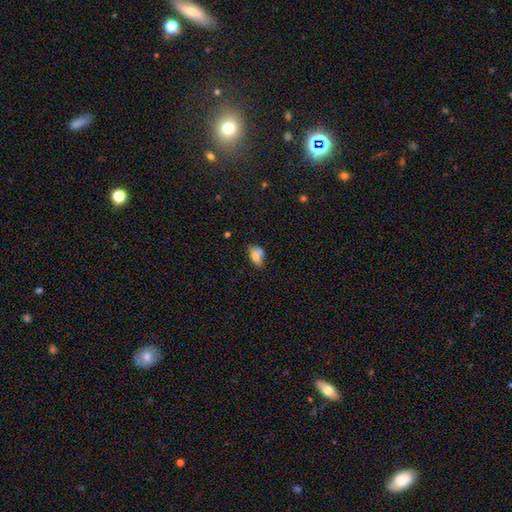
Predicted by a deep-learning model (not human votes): A smooth galaxy with no disk features (69%) that is in between round and cigar-shaped (85%).

Vote fractions:
- Smooth or featured? smooth: 69% / featured or disk: 21% / star or artifact: 10%
- How rounded? in between: 85% / round: 12% / cigar-shaped: 3%
- Merging? none: 38% / merger: 25% / minor disturbance: 25% / major disturbance: 11%